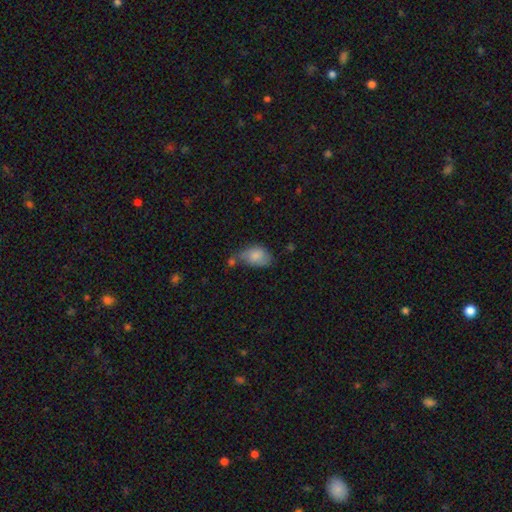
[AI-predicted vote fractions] smooth 77%, featured or disk 16%, star or artifact 8%. Down the decision tree: how rounded — in between (85%); merging — none (39%).